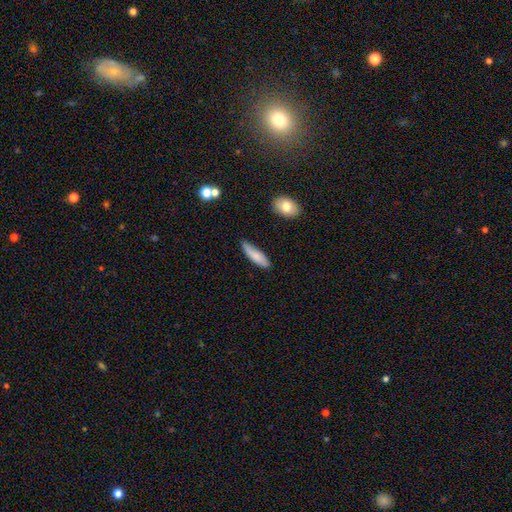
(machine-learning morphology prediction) Smooth or featured: smooth — 80% (featured or disk — 13%)
How rounded: cigar-shaped — 57% (in between — 41%)
Merging: none — 68% (minor disturbance — 25%)